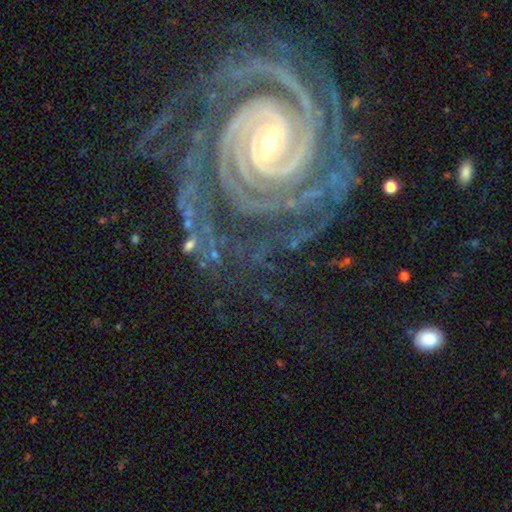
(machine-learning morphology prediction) Smooth or featured? Predicted: featured or disk (p=0.92). Edge-on disk? Predicted: no (p=0.97). Bar? Predicted: strong (p=0.45). Spiral arms? Predicted: yes (p=0.99). Spiral winding? Predicted: tight (p=0.84). Spiral arm count? Predicted: 4 (p=0.23). Bulge size? Predicted: small (p=0.60). Merging? Predicted: none (p=0.66).